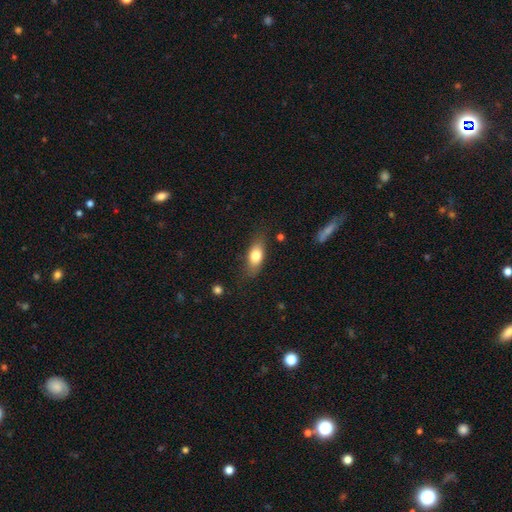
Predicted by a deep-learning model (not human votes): Q: Smooth or featured?
A: smooth (76%); runner-up: featured or disk (17%)
Q: How rounded?
A: in between (79%); runner-up: cigar-shaped (15%)
Q: Merging?
A: none (75%); runner-up: minor disturbance (18%)